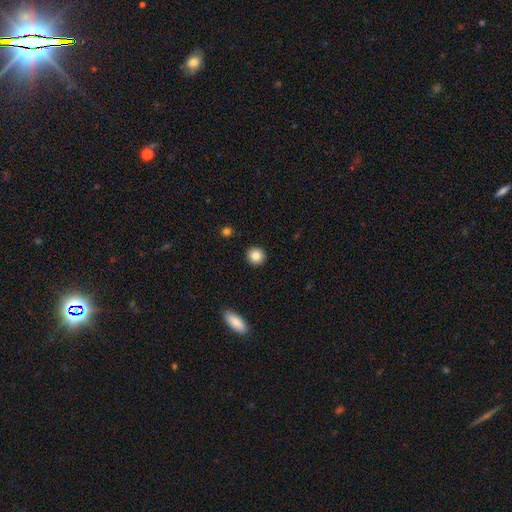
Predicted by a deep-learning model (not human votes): smooth-or-featured: smooth: 85% | star or artifact: 9% | featured or disk: 6%
  how-rounded: round: 92% | in between: 7% | cigar-shaped: 1%
  merging: none: 93% | minor disturbance: 5% | major disturbance: 2% | merger: 1%